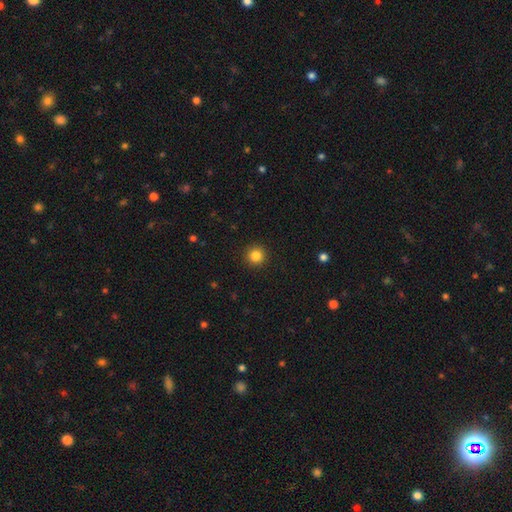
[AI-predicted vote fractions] Smooth or featured?
  - smooth: 85% *
  - star or artifact: 11%
  - featured or disk: 4%
How rounded?
  - round: 95% *
  - in between: 4%
  - cigar-shaped: 1%
Merging?
  - none: 92% *
  - minor disturbance: 5%
  - major disturbance: 2%
  - merger: 1%